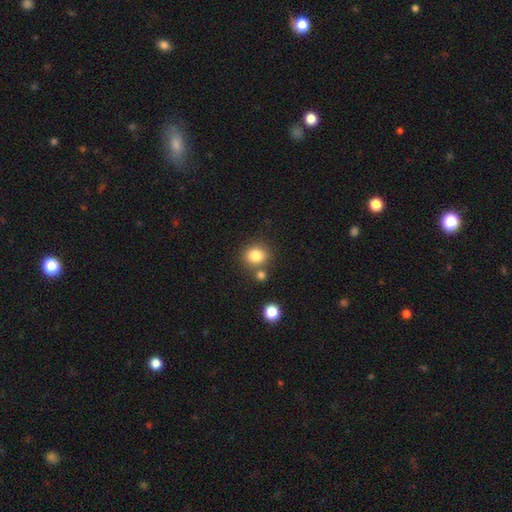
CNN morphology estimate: The model was most divided on "merging": none: 70%, merger: 16%, minor disturbance: 10%, major disturbance: 3%. More confident: smooth or featured — smooth (82%); how rounded — round (78%).